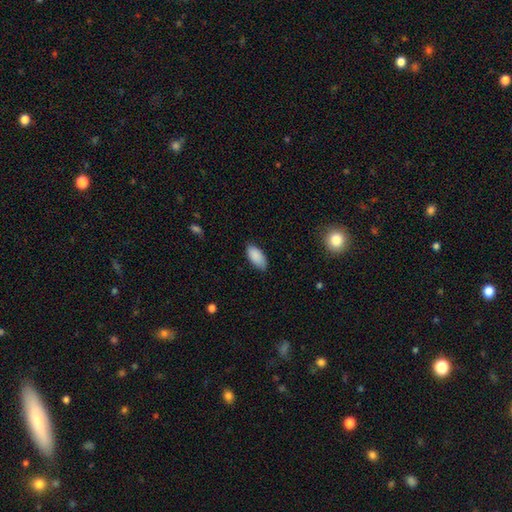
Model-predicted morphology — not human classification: Smooth or featured? Predicted: smooth (p=0.89). How rounded? Predicted: in between (p=0.93). Merging? Predicted: none (p=0.82).